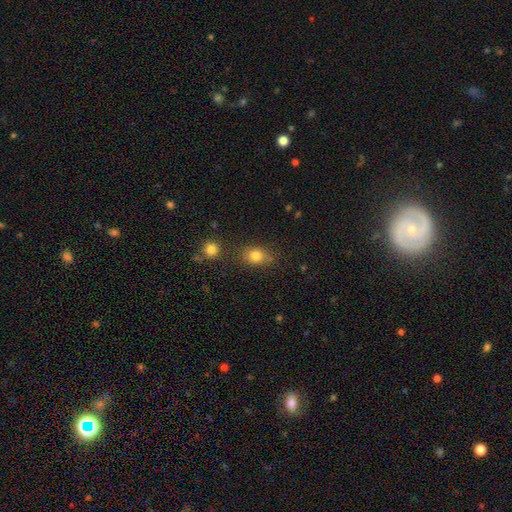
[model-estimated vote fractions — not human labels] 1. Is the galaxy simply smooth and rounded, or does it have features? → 82% smooth, 12% star or artifact, 7% featured or disk.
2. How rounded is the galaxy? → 54% in between, 44% round, 1% cigar-shaped.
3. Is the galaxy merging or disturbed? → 74% none, 14% minor disturbance, 8% merger, 4% major disturbance.